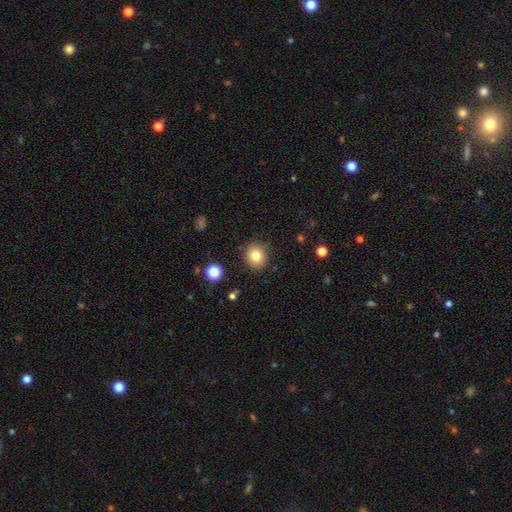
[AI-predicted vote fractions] This appears to be a smooth galaxy with no disk features (81%) that is round (85%). Merging: none (88%).